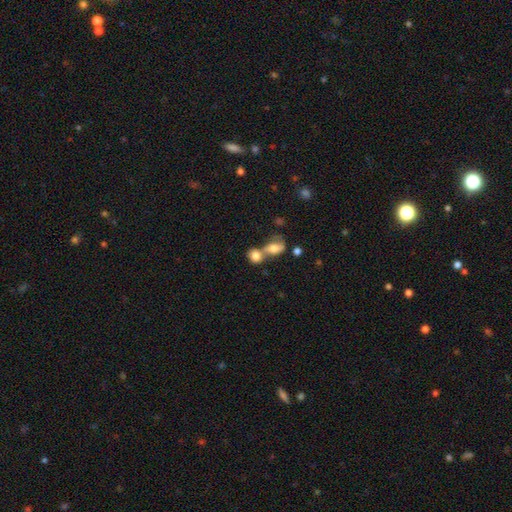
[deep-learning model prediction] Morphology: type=smooth (77%); roundness=round (59%); merging=merger (67%).